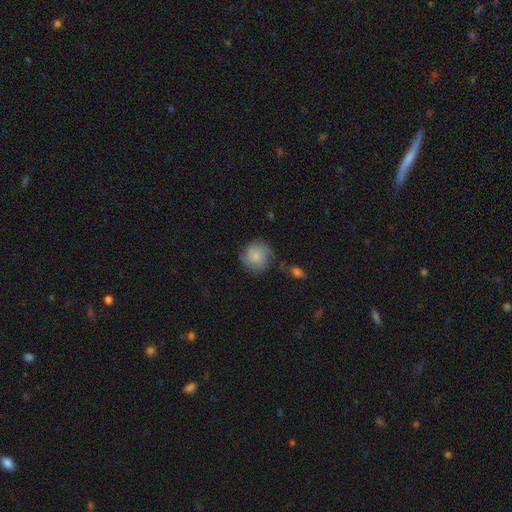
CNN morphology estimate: Smooth or featured?
  - smooth: 65% *
  - featured or disk: 28%
  - star or artifact: 7%
How rounded?
  - round: 88% *
  - in between: 11%
  - cigar-shaped: 1%
Merging?
  - none: 65% *
  - minor disturbance: 24%
  - major disturbance: 8%
  - merger: 3%